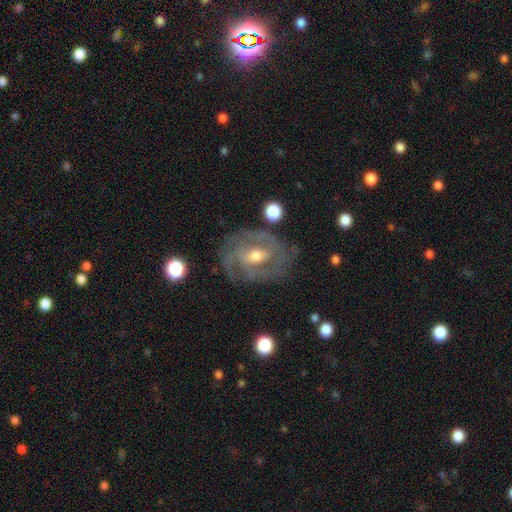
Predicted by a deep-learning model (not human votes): smooth-or-featured: featured or disk: 80% | smooth: 14% | star or artifact: 7%
  disk-edge-on: no: 96% | yes: 4%
    bar: weak: 45% | no: 34% | strong: 21%
    has-spiral-arms: yes: 79% | no: 21%
      spiral-winding: tight: 50% | medium: 38% | loose: 12%
      spiral-arm-count: can't tell: 36% | 2: 35% | 3: 16% | 4: 5% | 1: 5% | more than 4: 4%
    bulge-size: moderate: 64% | small: 30% | large: 4% | none: 1% | dominant: 1%
  merging: none: 69% | minor disturbance: 18% | major disturbance: 11% | merger: 2%